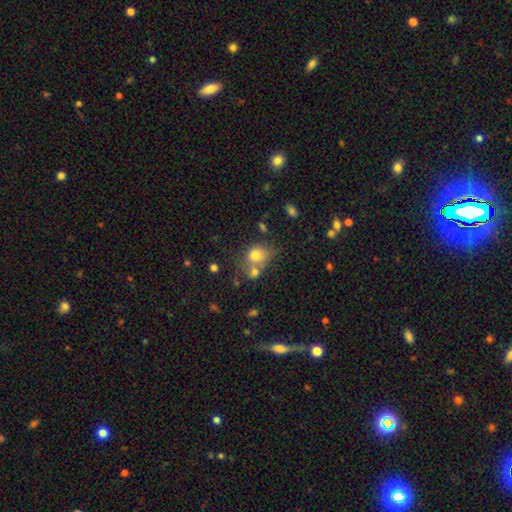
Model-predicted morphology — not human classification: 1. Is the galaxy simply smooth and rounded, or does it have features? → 75% smooth, 14% featured or disk, 12% star or artifact.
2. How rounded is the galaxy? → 62% round, 37% in between, 1% cigar-shaped.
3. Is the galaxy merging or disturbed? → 40% none, 38% merger, 15% minor disturbance, 7% major disturbance.